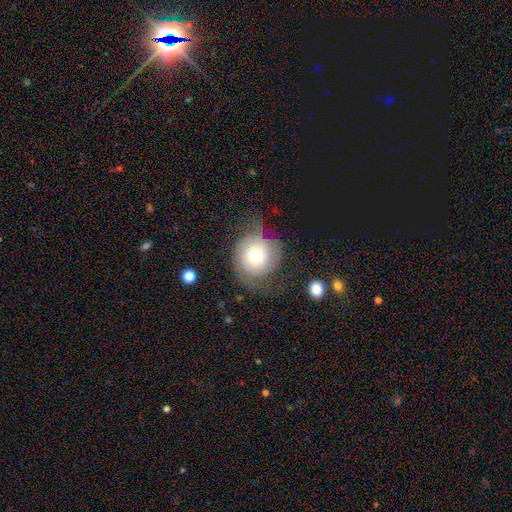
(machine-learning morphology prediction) featured or disk 49%, smooth 42%, star or artifact 9%. Down the decision tree: merging — none (53%).